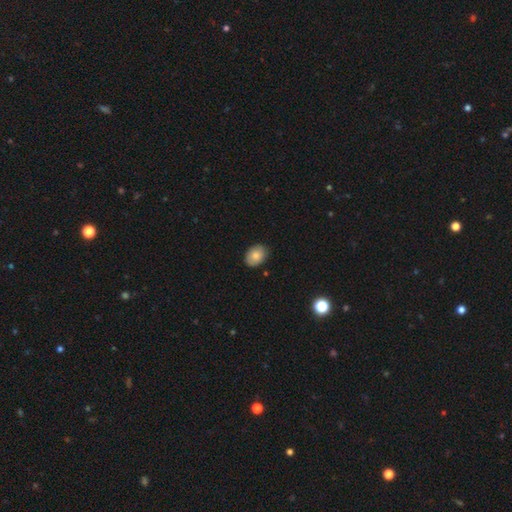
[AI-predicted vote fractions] A smooth galaxy with no disk features (83%) that is in between round and cigar-shaped (74%).

Vote fractions:
- Smooth or featured? smooth: 83% / featured or disk: 10% / star or artifact: 8%
- How rounded? in between: 74% / round: 25% / cigar-shaped: 1%
- Merging? none: 88% / minor disturbance: 10% / major disturbance: 2% / merger: 1%